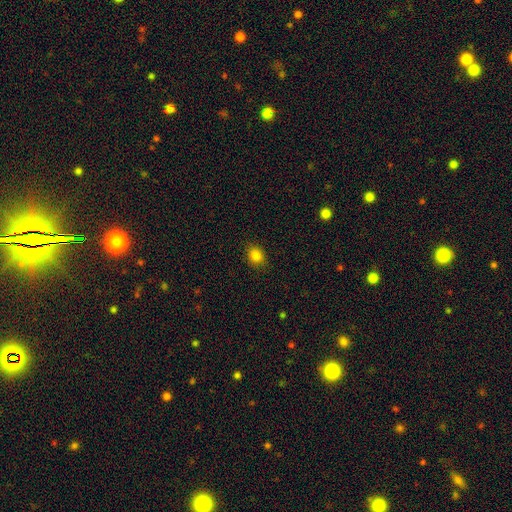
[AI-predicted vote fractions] smooth_or_featured: smooth (p=0.83) [alt: star or artifact p=0.12]
how_rounded: round (p=0.53) [alt: in between p=0.46]
merging: none (p=0.87) [alt: minor disturbance p=0.10]